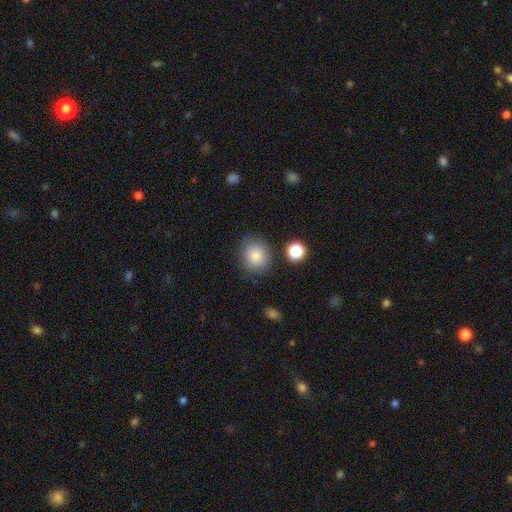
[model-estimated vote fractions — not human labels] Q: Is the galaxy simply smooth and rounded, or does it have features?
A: smooth — 85%.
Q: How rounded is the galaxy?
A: round — 74%.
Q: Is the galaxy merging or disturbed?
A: none — 80%.